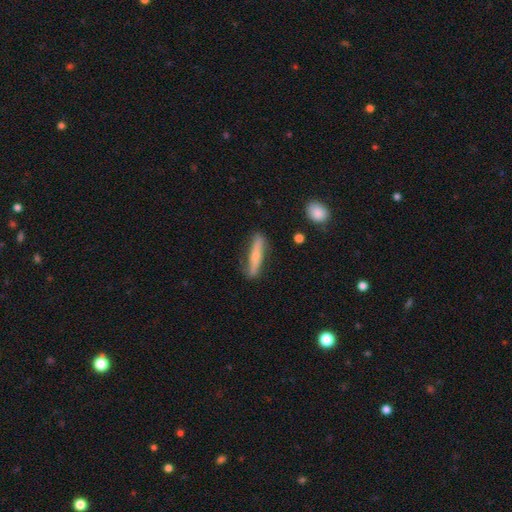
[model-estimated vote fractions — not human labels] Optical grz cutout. It shows a smooth galaxy with no disk features (51%) that is cigar-shaped (88%). Merging: none (80%).